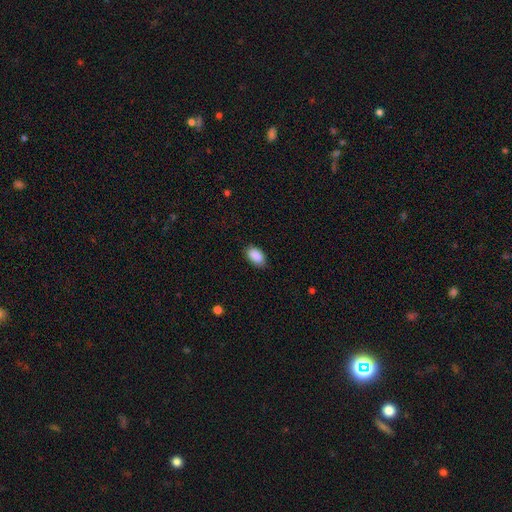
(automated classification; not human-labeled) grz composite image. It shows a smooth galaxy with no disk features (90%) that is in between round and cigar-shaped (93%). Merging: none (83%).